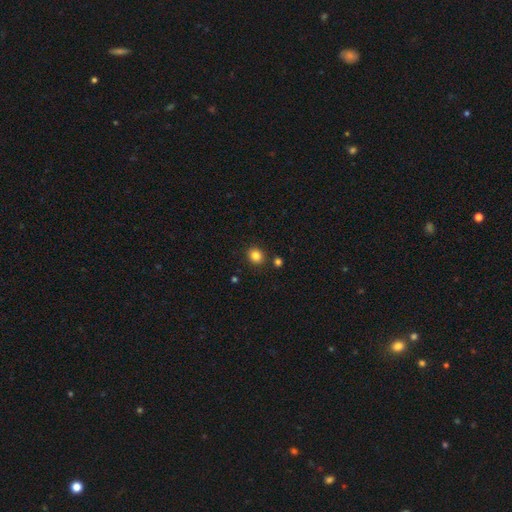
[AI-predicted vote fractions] Smooth or featured: smooth — 84% (star or artifact — 11%)
How rounded: round — 75% (in between — 24%)
Merging: none — 86% (minor disturbance — 7%)